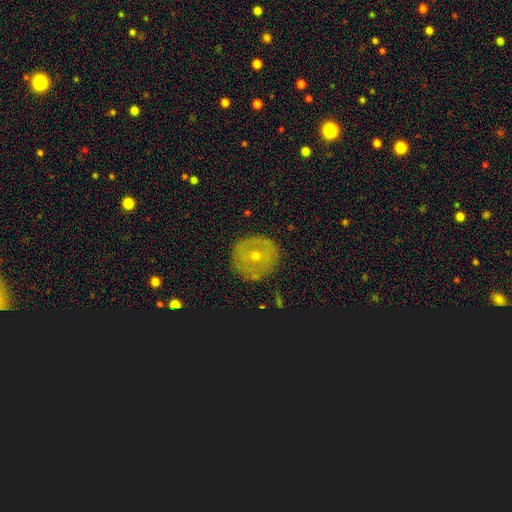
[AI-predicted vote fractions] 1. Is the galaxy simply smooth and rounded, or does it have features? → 49% featured or disk, 39% smooth, 12% star or artifact.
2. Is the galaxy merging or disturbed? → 84% none, 11% minor disturbance, 4% major disturbance, 2% merger.